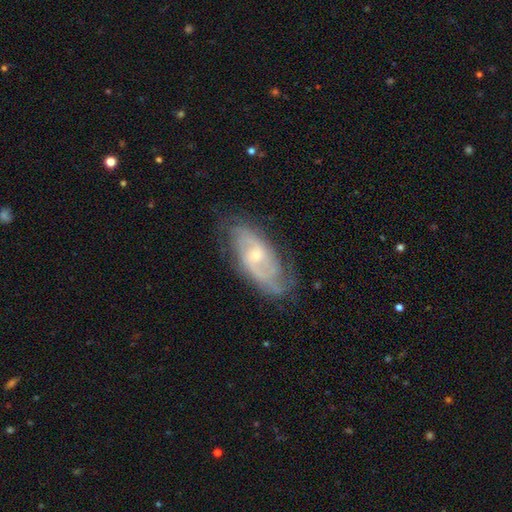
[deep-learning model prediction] Overall: featured or disk (81%). Edge-on disk: no (93%). Bar: no (56%; weak 37%). Spiral arms: yes (93%). Spiral arm count: 2 (54%; can't tell 27%). Spiral winding: medium (42%; tight 39%). Bulge size: small (60%; moderate 35%). Merging: none (71%).